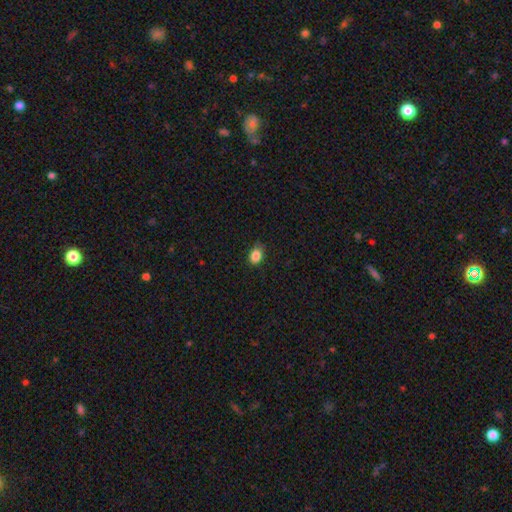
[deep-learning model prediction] A smooth galaxy with no disk features (86%) that is in between round and cigar-shaped (64%). Merging: none (73%).